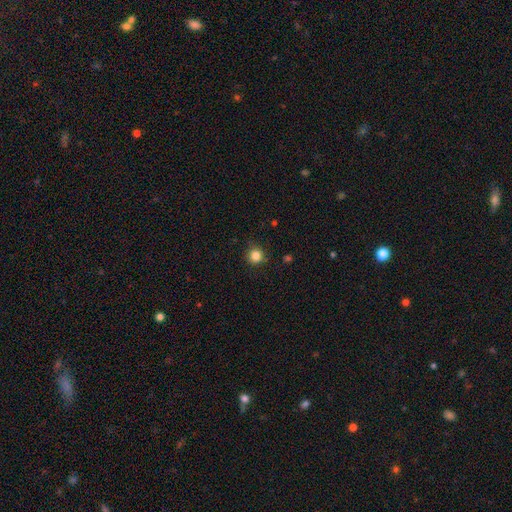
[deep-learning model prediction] The model was most divided on "smooth or featured": smooth: 84%, star or artifact: 12%, featured or disk: 4%. More confident: how rounded — round (94%); merging — none (86%).